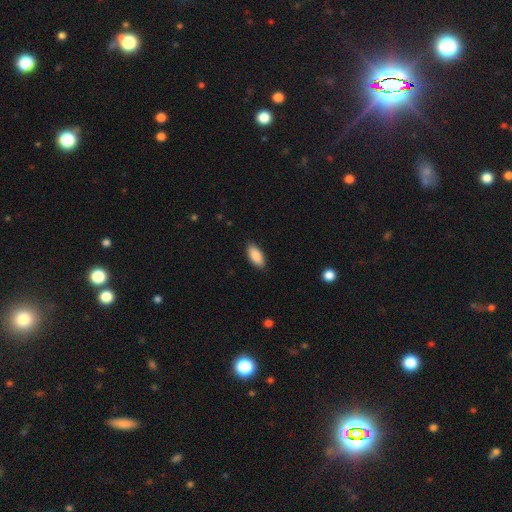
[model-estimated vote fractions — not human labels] The model was most divided on "merging": none: 88%, minor disturbance: 9%, major disturbance: 2%, merger: 1%. More confident: how rounded — in between (89%); smooth or featured — smooth (89%).